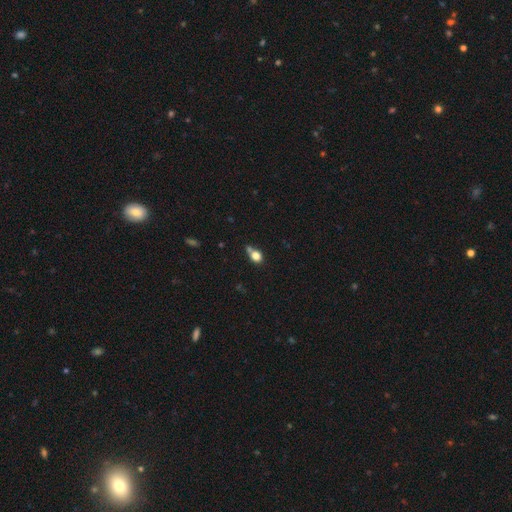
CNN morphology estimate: smooth 78%, star or artifact 12%, featured or disk 10%. Down the decision tree: how rounded — round (56%); merging — none (50%).